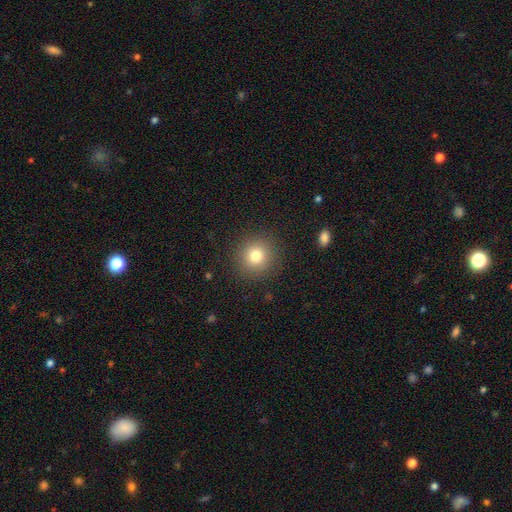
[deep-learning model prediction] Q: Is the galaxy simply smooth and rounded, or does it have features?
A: smooth — 79%.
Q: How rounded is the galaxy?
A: round — 92%.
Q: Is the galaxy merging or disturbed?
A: none — 90%.